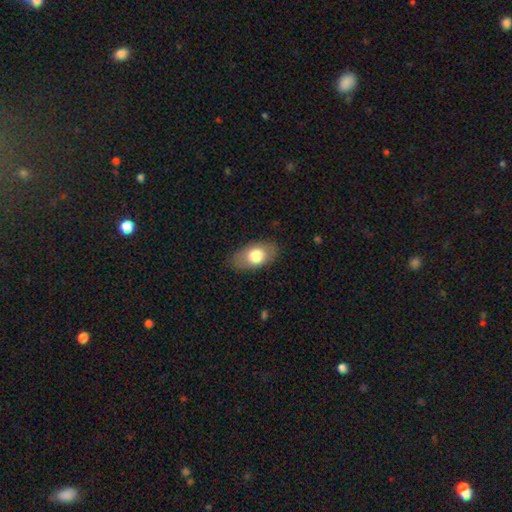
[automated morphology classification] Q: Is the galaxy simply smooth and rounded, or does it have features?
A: smooth — 73%.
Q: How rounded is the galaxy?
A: in between — 91%.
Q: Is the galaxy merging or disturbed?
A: none — 84%.